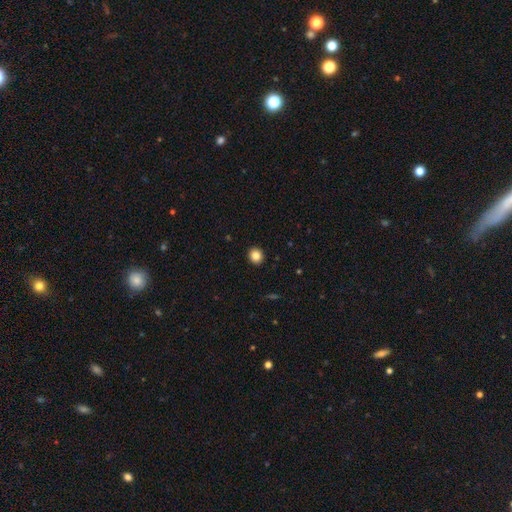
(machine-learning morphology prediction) Smooth or featured?
  - smooth: 84% *
  - star or artifact: 10%
  - featured or disk: 6%
How rounded?
  - round: 82% *
  - in between: 17%
  - cigar-shaped: 1%
Merging?
  - none: 93% *
  - minor disturbance: 5%
  - major disturbance: 1%
  - merger: 1%